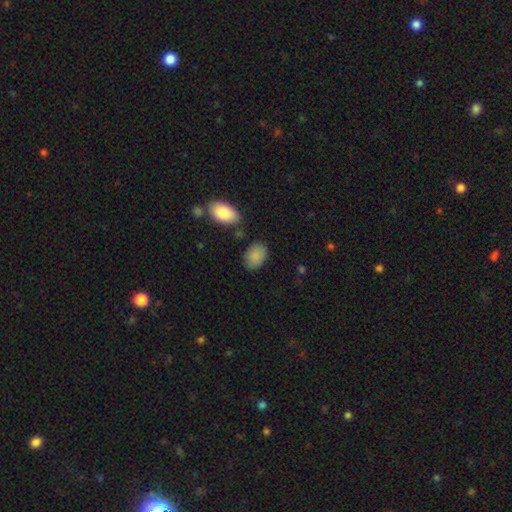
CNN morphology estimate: smooth-or-featured: smooth: 88% | star or artifact: 7% | featured or disk: 6%
  how-rounded: in between: 85% | round: 14% | cigar-shaped: 1%
  merging: none: 78% | minor disturbance: 15% | merger: 4% | major disturbance: 4%